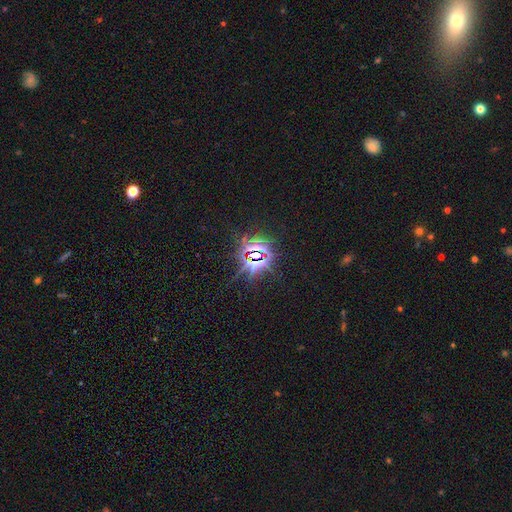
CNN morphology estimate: type=star or artifact (82%).